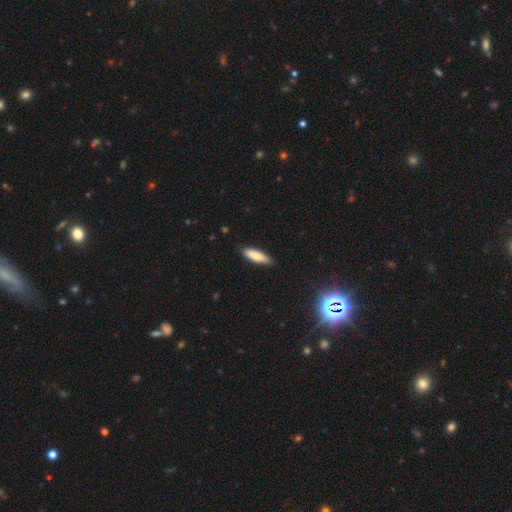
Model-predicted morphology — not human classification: smooth 74%, featured or disk 20%, star or artifact 6%. Down the decision tree: how rounded — cigar-shaped (55%); merging — none (86%).